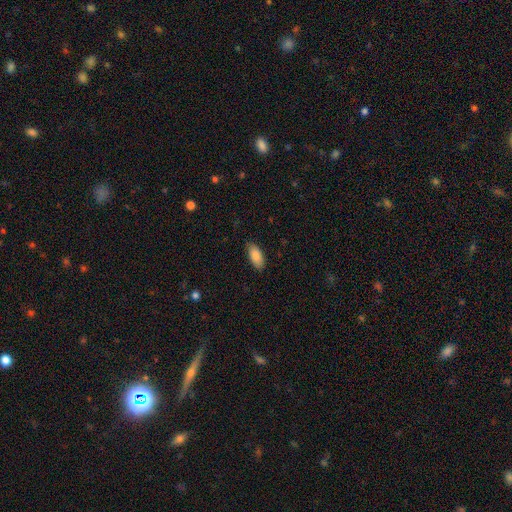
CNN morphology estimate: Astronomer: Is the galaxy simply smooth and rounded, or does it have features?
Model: smooth — 87%.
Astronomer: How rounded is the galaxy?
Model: in between — 90%.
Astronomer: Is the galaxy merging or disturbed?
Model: none — 85%.